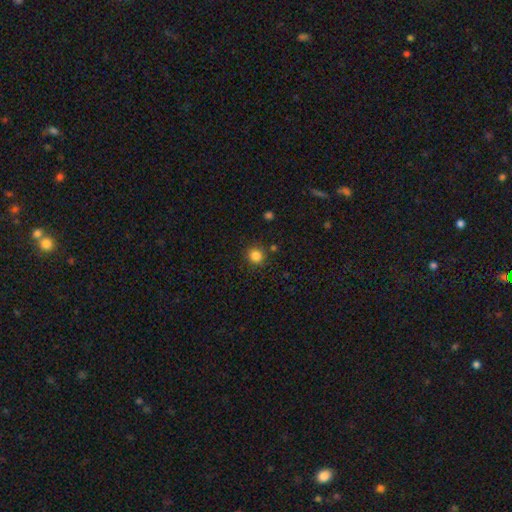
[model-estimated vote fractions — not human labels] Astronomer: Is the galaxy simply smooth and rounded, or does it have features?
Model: smooth — 84%.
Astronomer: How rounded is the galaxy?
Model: round — 89%.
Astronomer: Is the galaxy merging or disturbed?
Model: none — 87%.